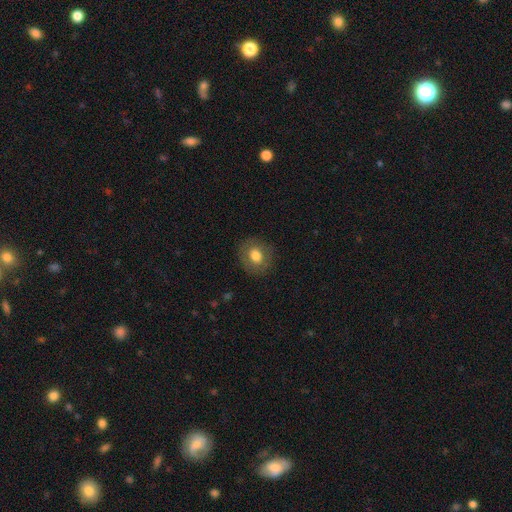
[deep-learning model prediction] Smooth or featured? Predicted: smooth (p=0.74). How rounded? Predicted: round (p=0.70). Merging? Predicted: none (p=0.85).